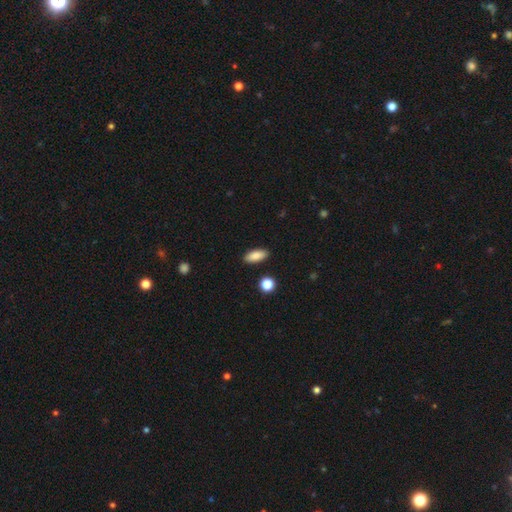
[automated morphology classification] Smooth or featured: smooth — 87% (star or artifact — 7%)
How rounded: in between — 80% (cigar-shaped — 17%)
Merging: none — 89% (minor disturbance — 8%)